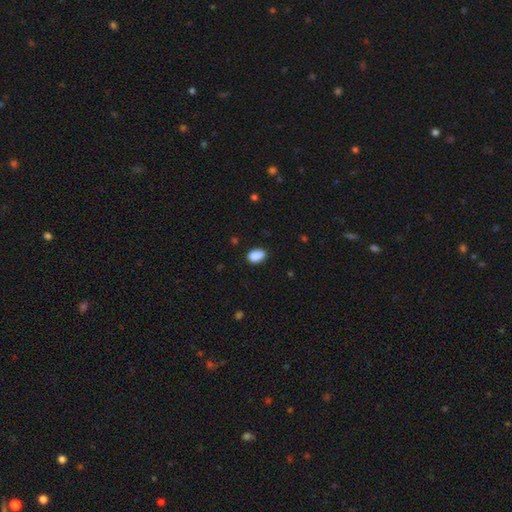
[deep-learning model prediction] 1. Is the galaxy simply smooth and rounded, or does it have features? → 88% smooth, 8% star or artifact, 3% featured or disk.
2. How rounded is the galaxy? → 85% in between, 14% round, 1% cigar-shaped.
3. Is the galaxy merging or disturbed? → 77% none, 18% minor disturbance, 3% major disturbance, 2% merger.